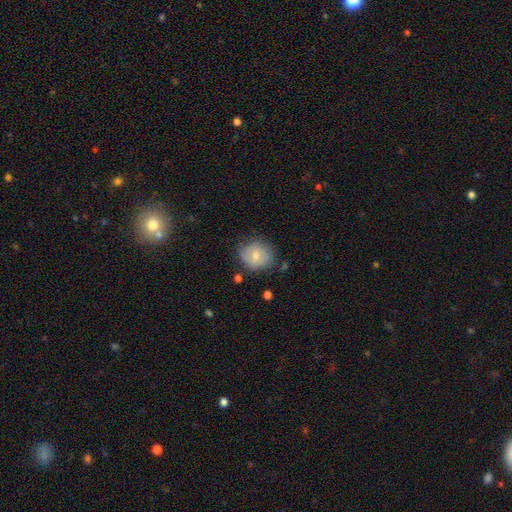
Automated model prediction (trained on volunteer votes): Smooth or featured: smooth — 67% (featured or disk — 25%)
How rounded: round — 75% (in between — 24%)
Merging: none — 70% (minor disturbance — 21%)